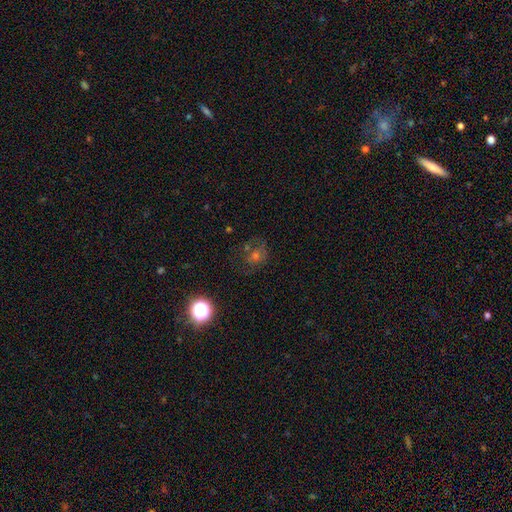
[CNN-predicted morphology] smooth_or_featured: smooth (p=0.39) [alt: star or artifact p=0.37]
merging: none (p=0.61) [alt: minor disturbance p=0.18]